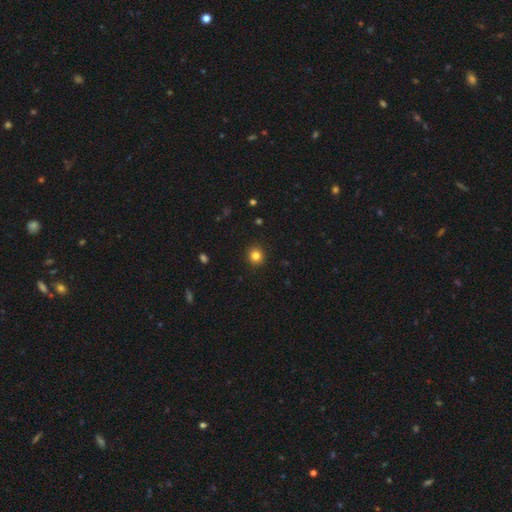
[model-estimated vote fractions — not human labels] Smooth or featured: smooth — 83% (star or artifact — 12%)
How rounded: round — 91% (in between — 8%)
Merging: none — 92% (minor disturbance — 5%)